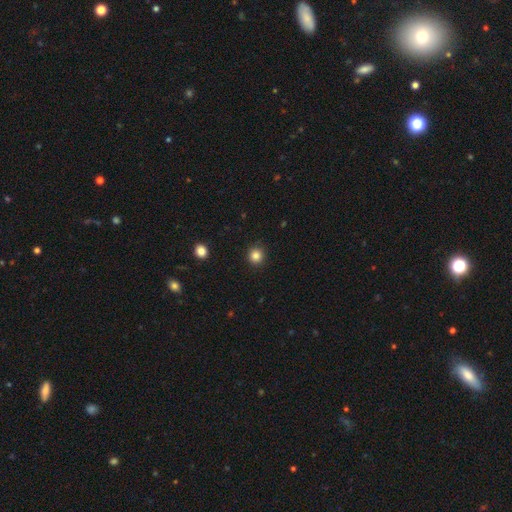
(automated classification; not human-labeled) Smooth or featured: smooth — 84% (star or artifact — 12%)
How rounded: round — 94% (in between — 6%)
Merging: none — 92% (minor disturbance — 5%)